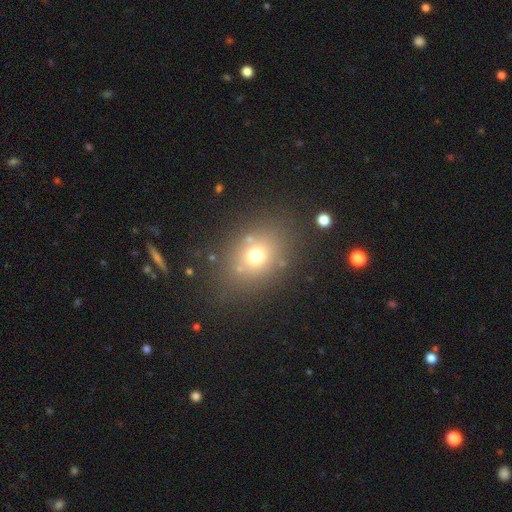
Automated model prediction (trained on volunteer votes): This appears to be a smooth galaxy with no disk features (68%) that is in between round and cigar-shaped (50%). Merging: none (79%).